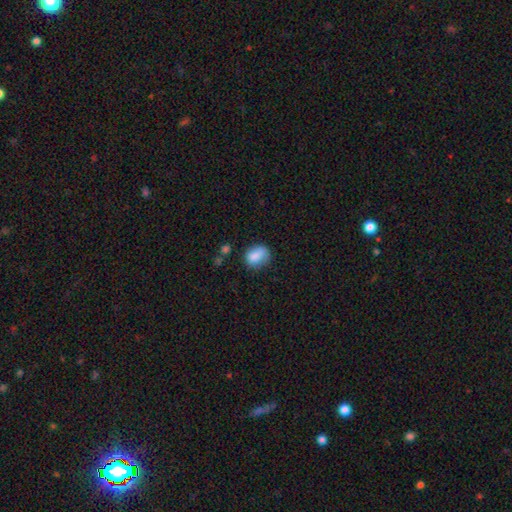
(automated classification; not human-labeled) smooth 82%, star or artifact 9%, featured or disk 9%. Down the decision tree: how rounded — in between (54%); merging — none (57%).